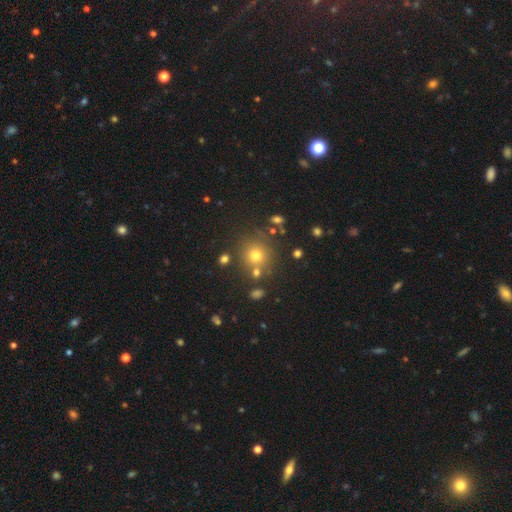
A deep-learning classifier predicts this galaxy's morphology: Overall: smooth (71%). How rounded: round (91%). Merging: none (77%).